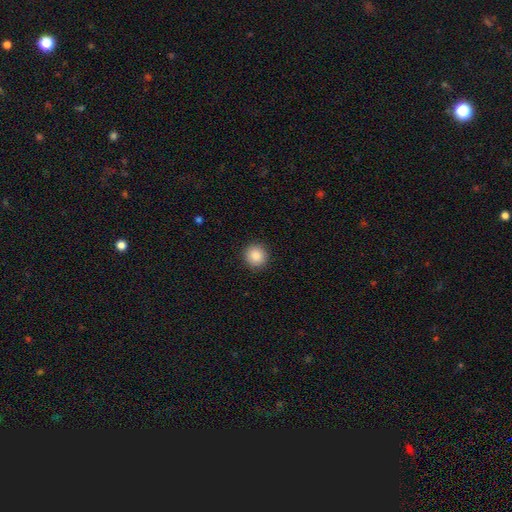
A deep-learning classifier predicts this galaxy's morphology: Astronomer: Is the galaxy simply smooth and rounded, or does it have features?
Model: smooth — 88%.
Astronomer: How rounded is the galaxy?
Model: round — 92%.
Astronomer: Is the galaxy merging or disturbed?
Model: none — 92%.